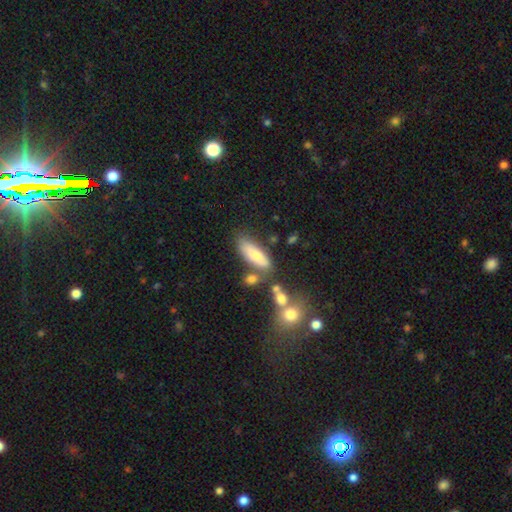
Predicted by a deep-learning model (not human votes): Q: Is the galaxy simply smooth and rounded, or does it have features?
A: smooth — 69%.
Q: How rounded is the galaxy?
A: in between — 58%.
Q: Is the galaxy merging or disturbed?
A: none — 66%.